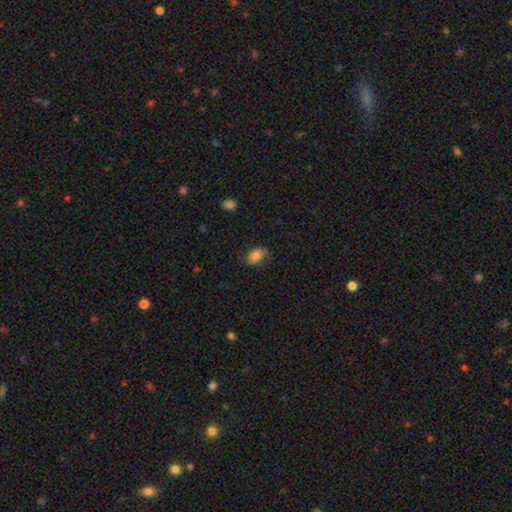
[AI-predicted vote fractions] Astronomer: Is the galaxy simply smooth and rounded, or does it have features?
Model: smooth — 84%.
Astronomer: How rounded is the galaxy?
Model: in between — 88%.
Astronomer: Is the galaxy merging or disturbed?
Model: none — 76%.